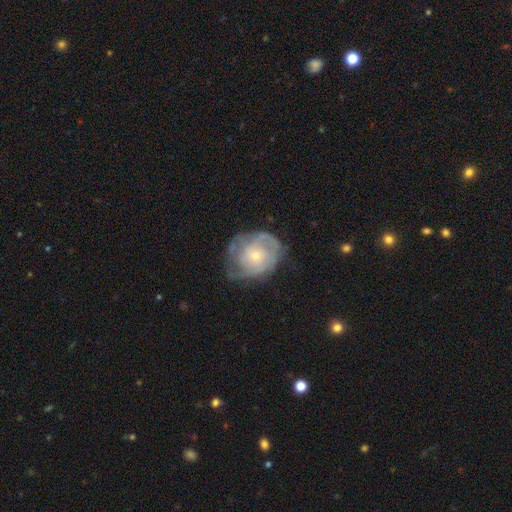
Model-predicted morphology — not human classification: type=featured or disk (66%); edge-on=no (97%); bar=no (80%); spiral arms=yes (74%); bulge=small (57%); merging=none (52%).